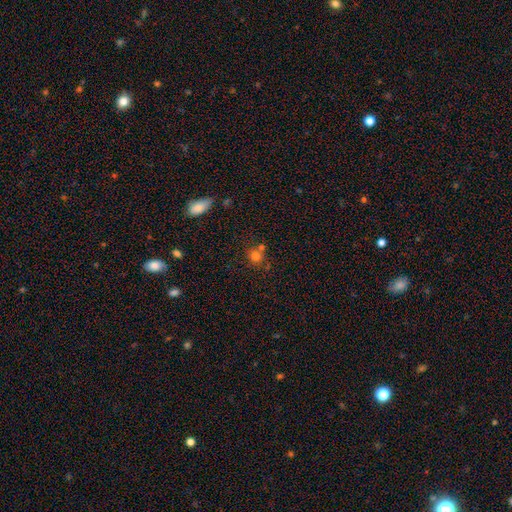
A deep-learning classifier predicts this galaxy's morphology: Q: Smooth or featured?
A: smooth (76%); runner-up: star or artifact (15%)
Q: How rounded?
A: round (88%); runner-up: in between (11%)
Q: Merging?
A: none (57%); runner-up: merger (30%)